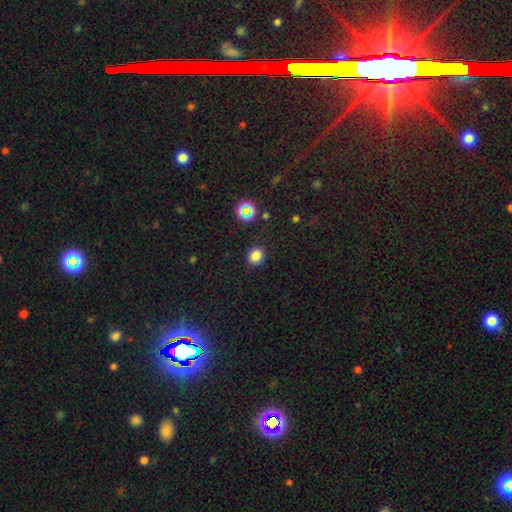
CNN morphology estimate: A smooth galaxy with no disk features (80%) that is round (77%). Merging: none (89%).